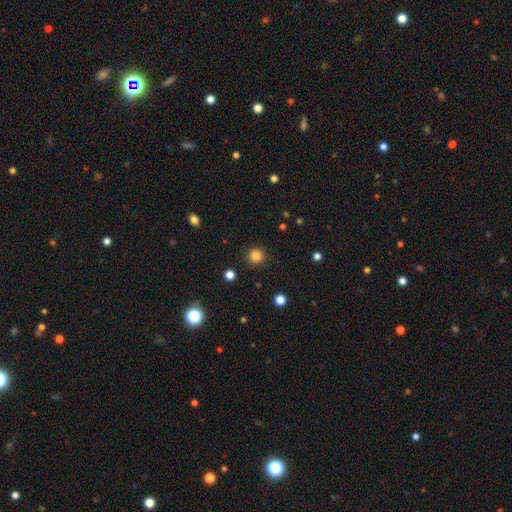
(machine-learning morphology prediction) This is clearly a smooth galaxy (84%). How rounded: clearly round (94%). Merging: clearly none (91%).